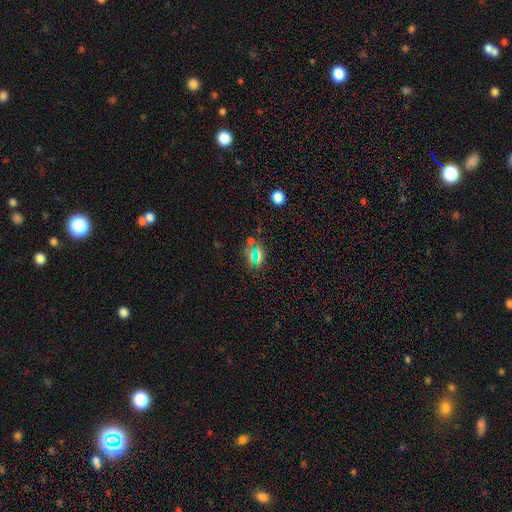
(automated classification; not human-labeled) Smooth or featured?
  - smooth: 46% *
  - star or artifact: 42%
  - featured or disk: 12%
Merging?
  - none: 70% *
  - minor disturbance: 14%
  - major disturbance: 8%
  - merger: 8%